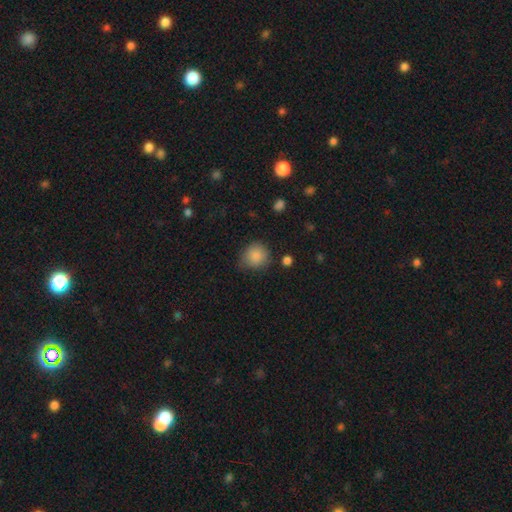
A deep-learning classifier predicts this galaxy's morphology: Smooth or featured?
  - smooth: 86% *
  - star or artifact: 9%
  - featured or disk: 5%
How rounded?
  - round: 88% *
  - in between: 11%
  - cigar-shaped: 1%
Merging?
  - none: 69% *
  - minor disturbance: 24%
  - major disturbance: 5%
  - merger: 2%